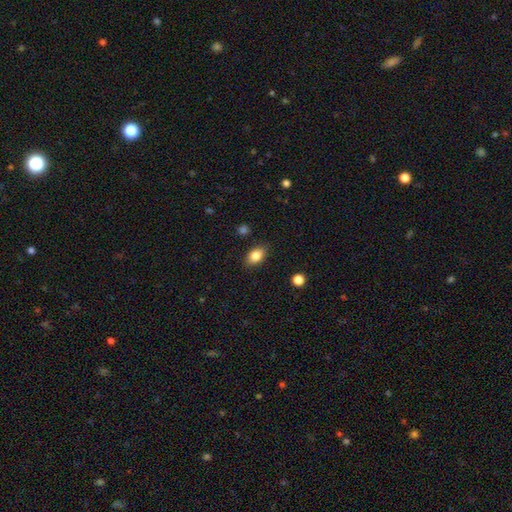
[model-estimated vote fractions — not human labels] Smooth or featured? smooth (84%)
How rounded? in between (84%)
Merging? none (86%)